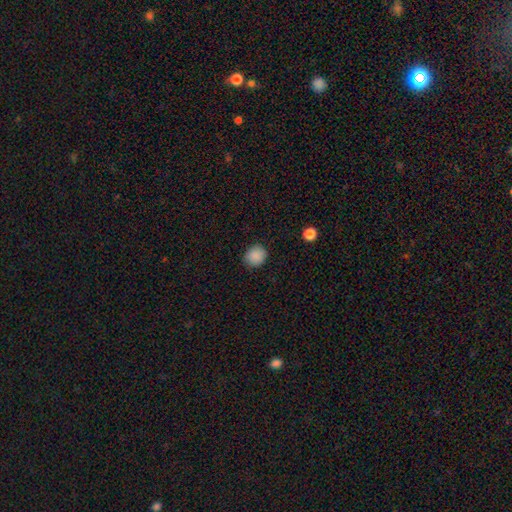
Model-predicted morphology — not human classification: Overall: smooth (88%). How rounded: round (77%). Merging: none (87%).